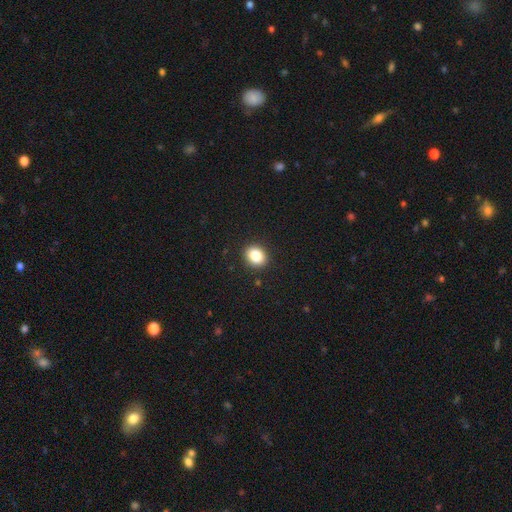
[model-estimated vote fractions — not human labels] smooth_or_featured: smooth (p=0.85) [alt: star or artifact p=0.10]
how_rounded: round (p=0.62) [alt: in between p=0.37]
merging: none (p=0.91) [alt: minor disturbance p=0.06]